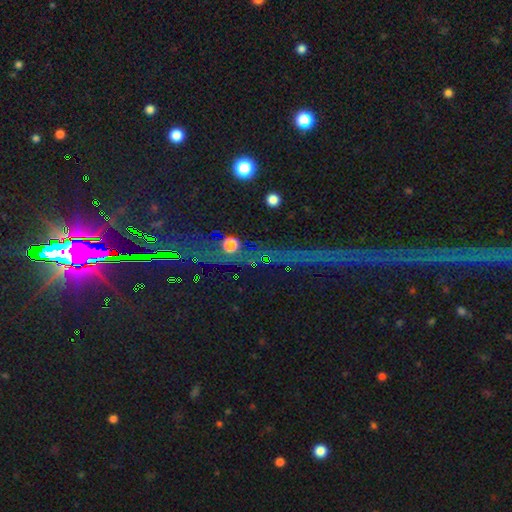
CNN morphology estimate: Overall: star or artifact (72%).